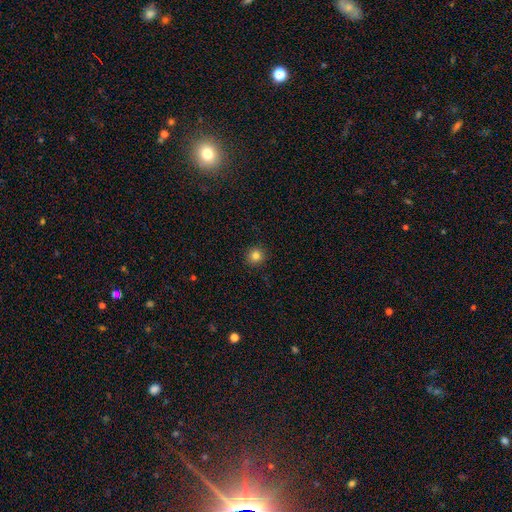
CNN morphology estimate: This appears to be a smooth galaxy with no disk features (82%) that is round (92%). Merging: none (92%).